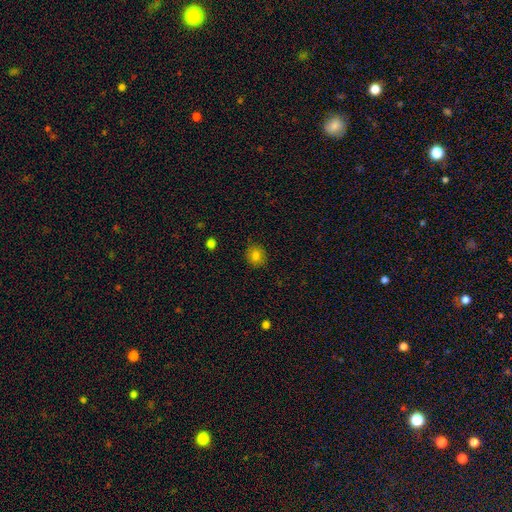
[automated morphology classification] Overall: smooth (81%). How rounded: round (79%). Merging: none (87%).